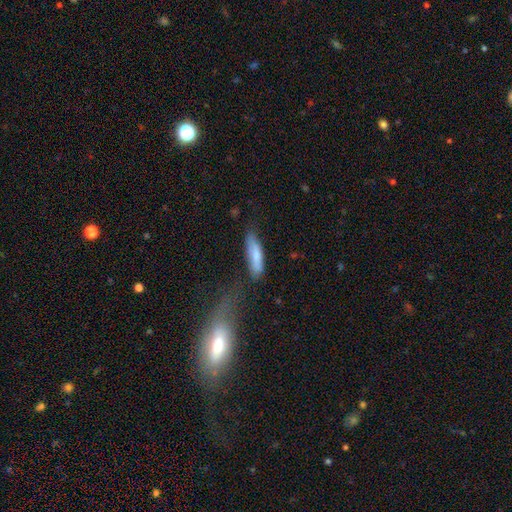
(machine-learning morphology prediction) The model was most divided on "merging": none: 57%, minor disturbance: 24%, major disturbance: 10%, merger: 9%. More confident: smooth or featured — smooth (75%); how rounded — cigar-shaped (67%).